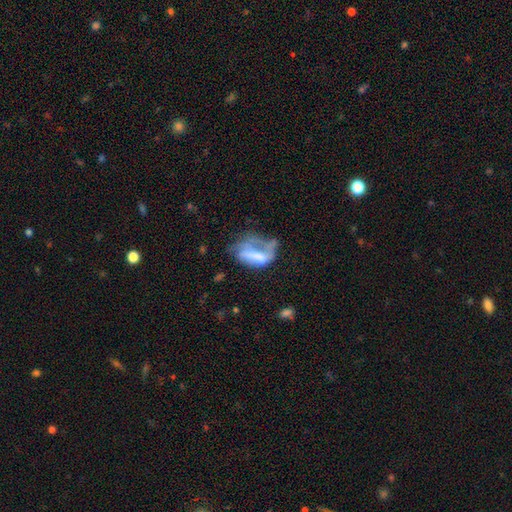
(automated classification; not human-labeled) This appears to be a featured or disk galaxy (45%). Merging: major disturbance (47%).